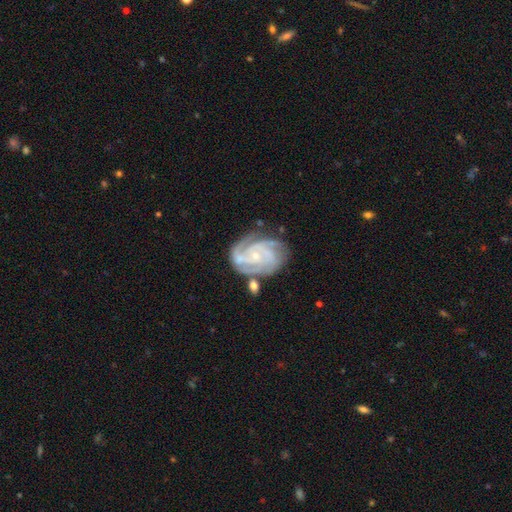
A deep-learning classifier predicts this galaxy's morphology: featured or disk 90%, smooth 5%, star or artifact 5%. Down the decision tree: edge-on disk — no (98%); bar — no (65%); spiral arms — yes (98%); spiral arm count — 3 (41%); spiral winding — tight (64%); bulge size — small (79%); merging — none (64%).